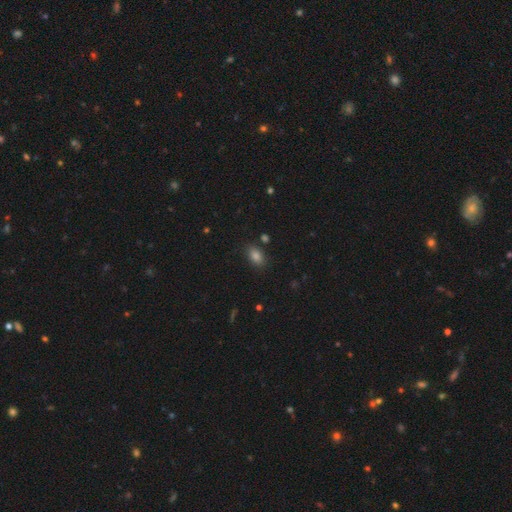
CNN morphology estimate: Smooth or featured: smooth — 81% (star or artifact — 13%)
How rounded: in between — 85% (round — 14%)
Merging: none — 84% (minor disturbance — 10%)